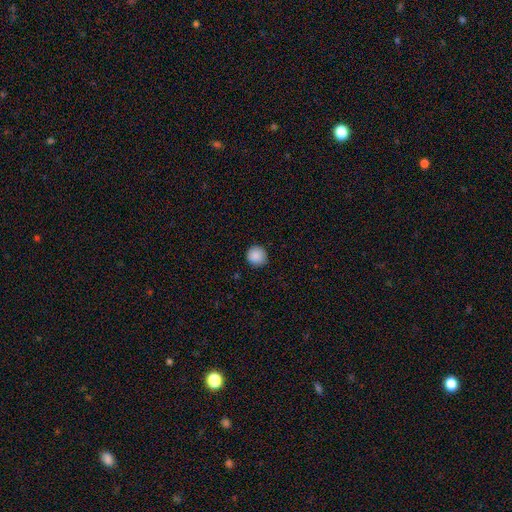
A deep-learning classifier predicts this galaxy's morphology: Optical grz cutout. It shows a smooth galaxy with no disk features (89%) that is round (94%). Merging: none (91%).